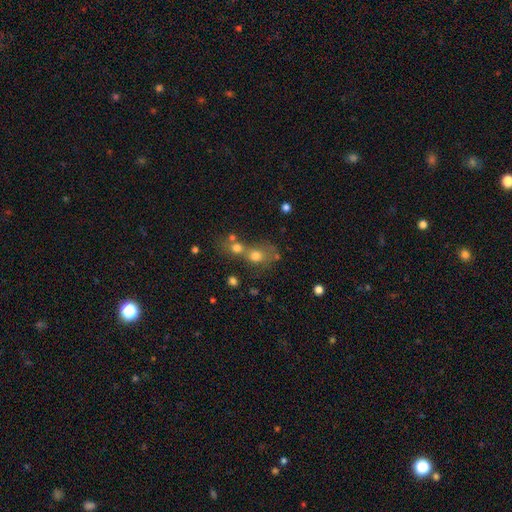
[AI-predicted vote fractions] This is likely a smooth galaxy (67%). How rounded: likely round (70%). Merging: possibly merger (54%).